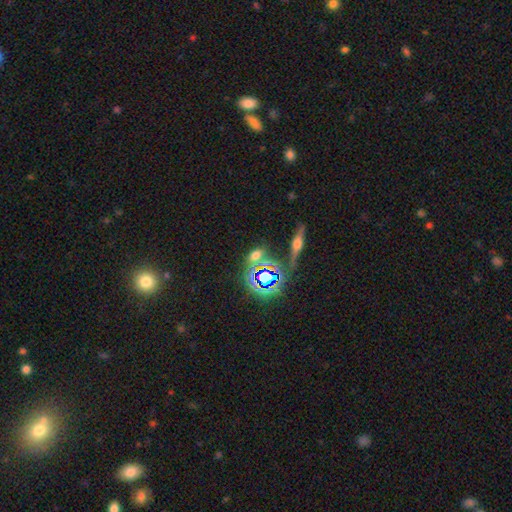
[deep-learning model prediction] Smooth or featured? star or artifact (43%)